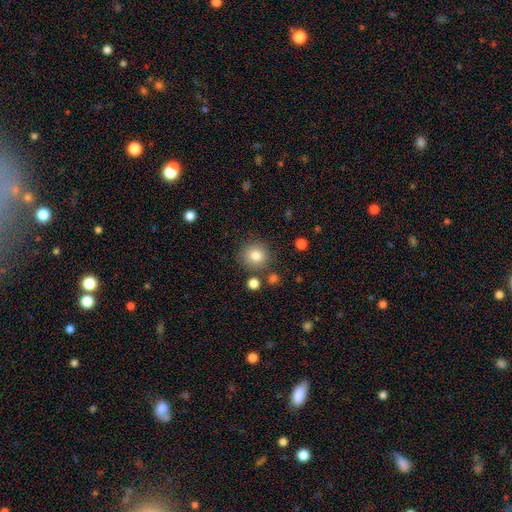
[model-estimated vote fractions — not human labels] Morphology: type=smooth (81%); roundness=round (92%); merging=none (83%).